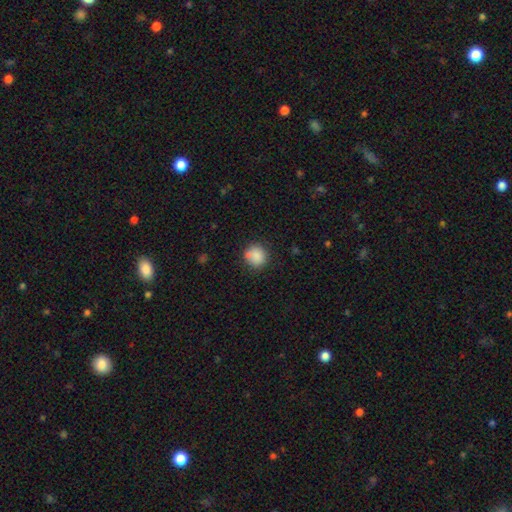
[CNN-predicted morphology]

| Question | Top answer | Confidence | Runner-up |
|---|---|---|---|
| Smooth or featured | smooth | 84% | star or artifact (9%) |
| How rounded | round | 85% | in between (14%) |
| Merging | none | 70% | minor disturbance (16%) |